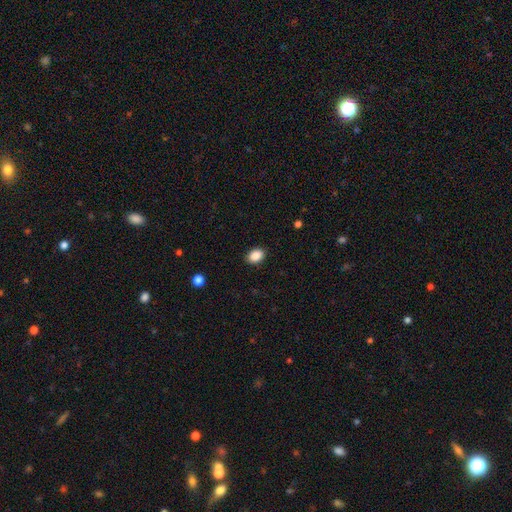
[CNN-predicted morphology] Smooth or featured?
  - smooth: 89% *
  - star or artifact: 8%
  - featured or disk: 3%
How rounded?
  - in between: 77% *
  - round: 22%
  - cigar-shaped: 1%
Merging?
  - none: 89% *
  - minor disturbance: 8%
  - major disturbance: 2%
  - merger: 1%